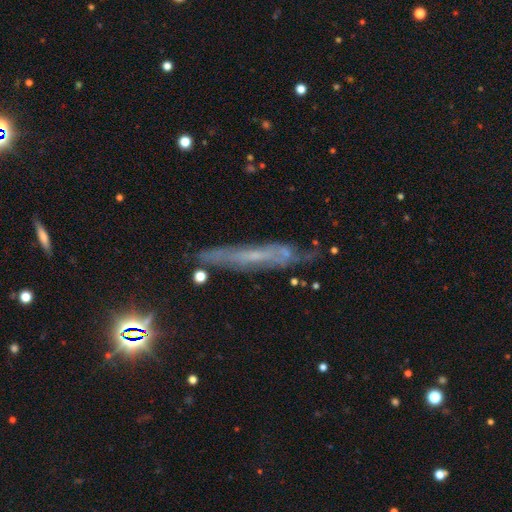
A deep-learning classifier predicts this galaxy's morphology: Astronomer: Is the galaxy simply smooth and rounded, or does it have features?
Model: featured or disk — 58%.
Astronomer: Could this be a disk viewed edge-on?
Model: yes — 66%.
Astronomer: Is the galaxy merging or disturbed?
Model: none — 63%.